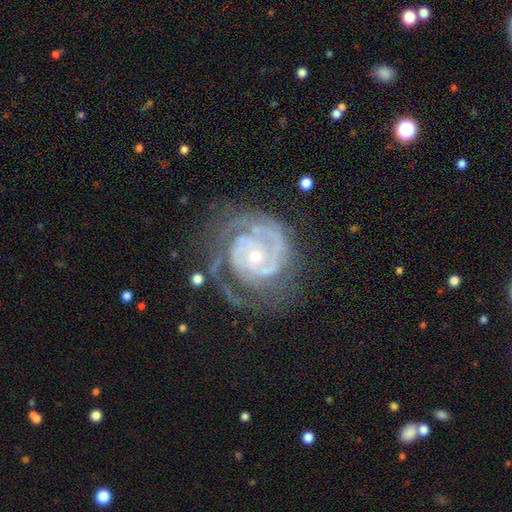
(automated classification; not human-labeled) Smooth or featured? Predicted: featured or disk (p=0.90). Edge-on disk? Predicted: no (p=0.98). Bar? Predicted: no (p=0.70). Spiral arms? Predicted: yes (p=0.97). Spiral winding? Predicted: tight (p=0.70). Spiral arm count? Predicted: 2 (p=0.43). Bulge size? Predicted: small (p=0.66). Merging? Predicted: none (p=0.60).